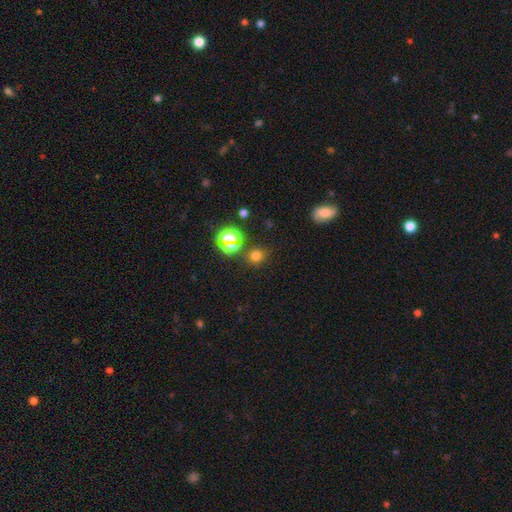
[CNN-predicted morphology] Q: Smooth or featured?
A: smooth (64%); runner-up: star or artifact (29%)
Q: How rounded?
A: round (83%); runner-up: in between (16%)
Q: Merging?
A: none (80%); runner-up: minor disturbance (9%)